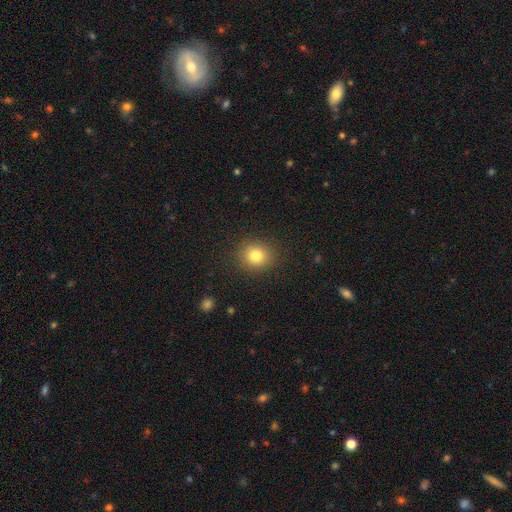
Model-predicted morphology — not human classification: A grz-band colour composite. It shows a smooth galaxy with no disk features (81%) that is round (80%). Merging: none (88%).